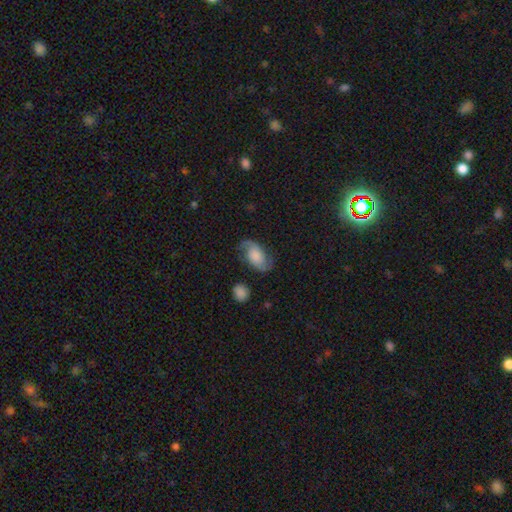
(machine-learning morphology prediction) Smooth or featured: featured or disk — 55% (smooth — 38%)
Edge-on disk: no — 95% (yes — 5%)
Bar: no — 67% (weak — 27%)
Spiral arms: yes — 90% (no — 10%)
Bulge size: large — 32% (none — 22%)
Merging: none — 68% (minor disturbance — 20%)